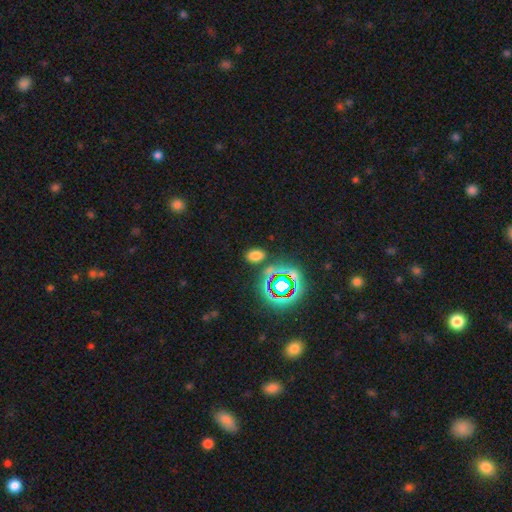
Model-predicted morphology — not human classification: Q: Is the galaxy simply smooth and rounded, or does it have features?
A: smooth — 66%.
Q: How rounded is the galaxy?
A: in between — 84%.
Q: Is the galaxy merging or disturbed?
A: none — 83%.